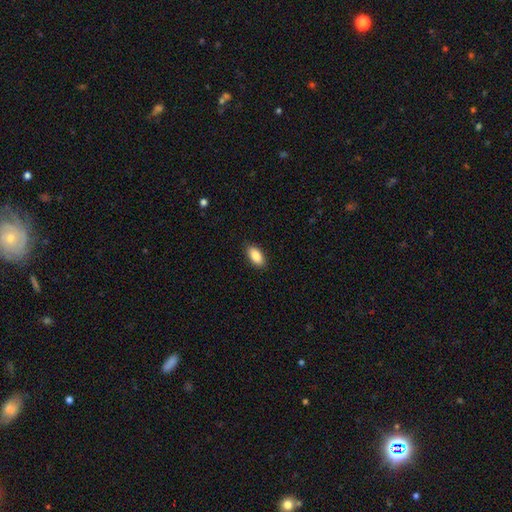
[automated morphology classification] Smooth or featured? Predicted: smooth (p=0.89). How rounded? Predicted: in between (p=0.92). Merging? Predicted: none (p=0.88).